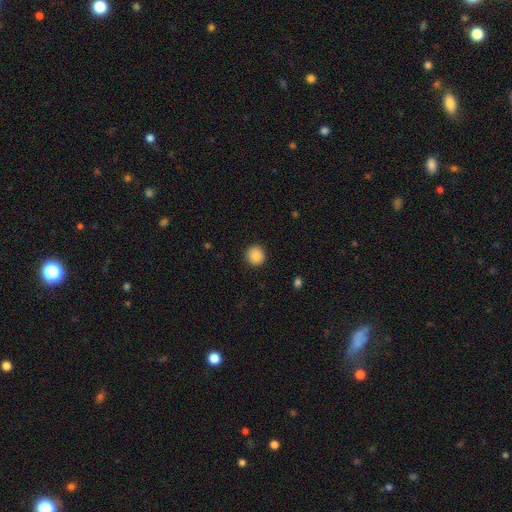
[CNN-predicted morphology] smooth-or-featured: smooth: 88% | star or artifact: 8% | featured or disk: 4%
  how-rounded: round: 94% | in between: 5% | cigar-shaped: 1%
  merging: none: 92% | minor disturbance: 5% | major disturbance: 2% | merger: 1%